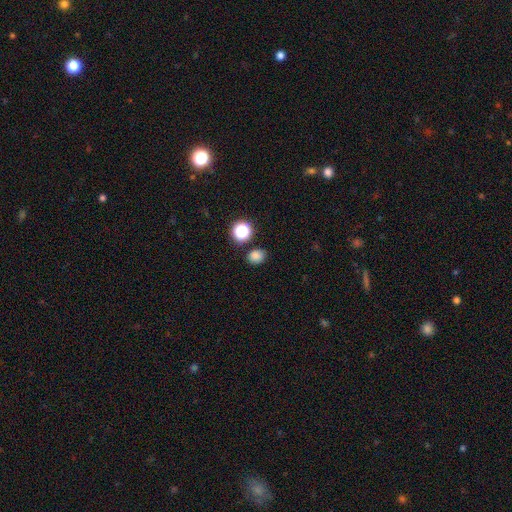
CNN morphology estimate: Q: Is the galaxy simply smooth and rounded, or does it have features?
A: smooth — 78%.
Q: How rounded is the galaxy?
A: round — 61%.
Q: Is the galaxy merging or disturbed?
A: none — 82%.